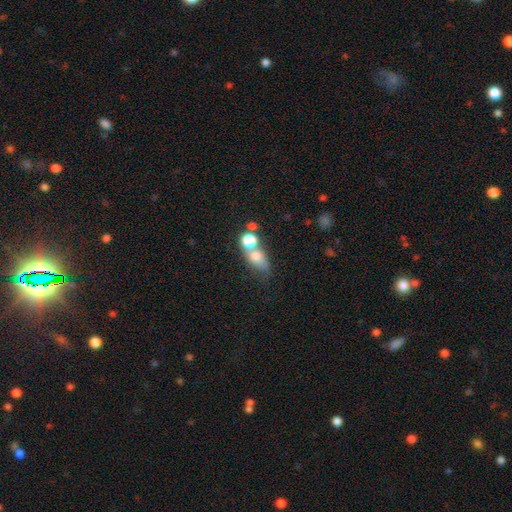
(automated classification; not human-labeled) Smooth or featured? smooth (70%)
How rounded? in between (59%)
Merging? merger (50%)